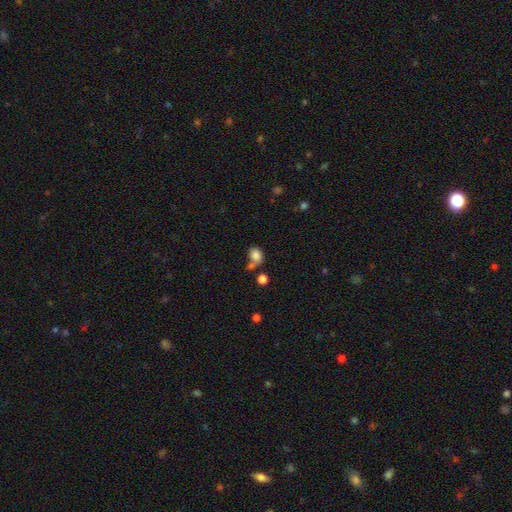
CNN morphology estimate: Smooth or featured?
  - smooth: 82% *
  - star or artifact: 10%
  - featured or disk: 7%
How rounded?
  - in between: 50% *
  - round: 48%
  - cigar-shaped: 1%
Merging?
  - none: 46% *
  - merger: 29%
  - minor disturbance: 17%
  - major disturbance: 8%